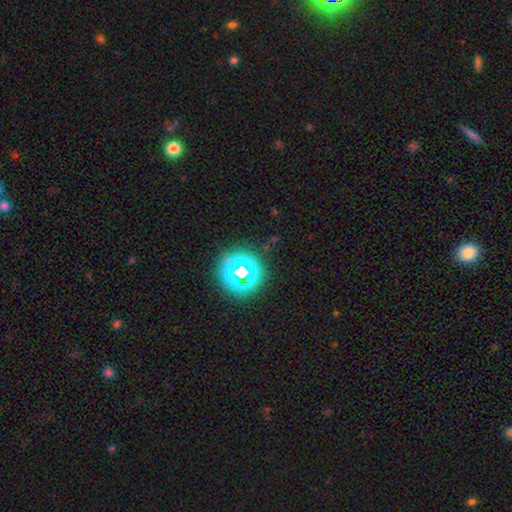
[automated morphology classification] smooth_or_featured: star or artifact (p=0.71) [alt: smooth p=0.20]